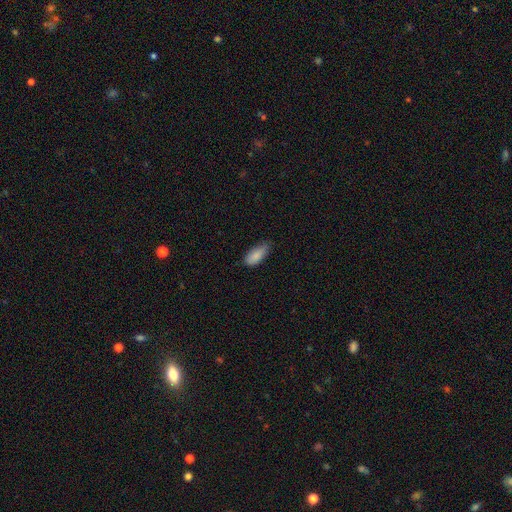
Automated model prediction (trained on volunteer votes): This is clearly a smooth galaxy (87%). How rounded: clearly in between (83%). Merging: likely none (67%).